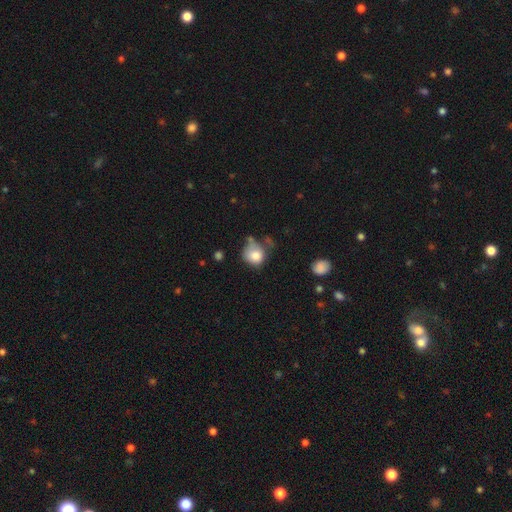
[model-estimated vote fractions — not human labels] Morphology: type=smooth (80%); roundness=round (75%); merging=none (44%).